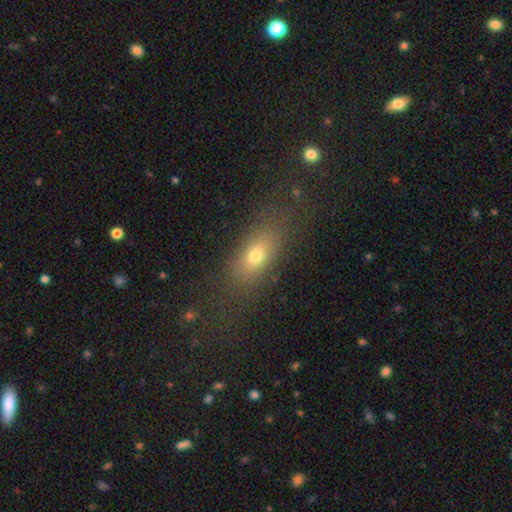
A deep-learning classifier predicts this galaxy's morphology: A smooth galaxy with no disk features (71%) that is in between round and cigar-shaped (73%). Merging: none (75%).